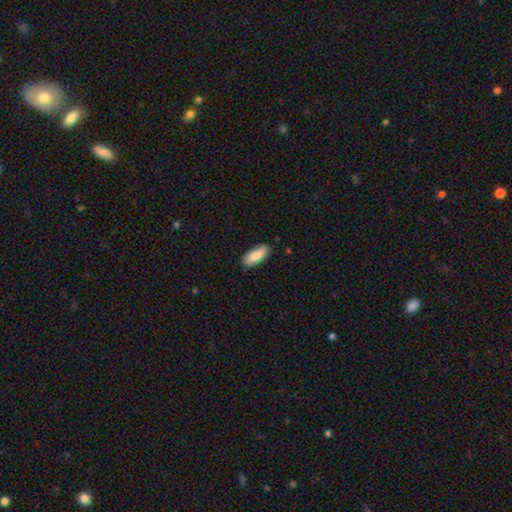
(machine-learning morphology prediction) Smooth or featured?
  - smooth: 86% *
  - featured or disk: 9%
  - star or artifact: 6%
How rounded?
  - in between: 79% *
  - cigar-shaped: 20%
  - round: 2%
Merging?
  - none: 87% *
  - minor disturbance: 10%
  - major disturbance: 2%
  - merger: 1%